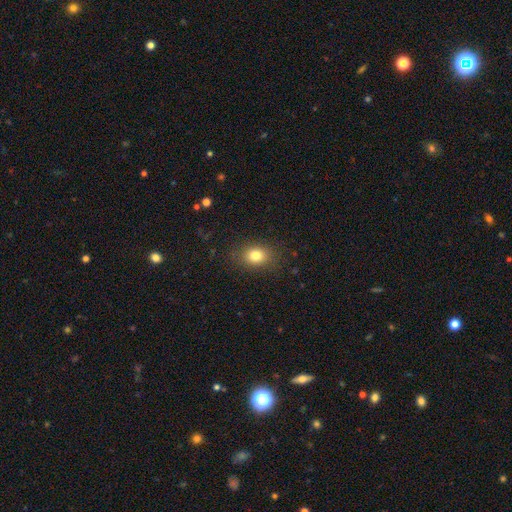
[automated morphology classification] smooth_or_featured: smooth (p=0.80) [alt: star or artifact p=0.11]
how_rounded: in between (p=0.58) [alt: round p=0.41]
merging: none (p=0.84) [alt: minor disturbance p=0.11]